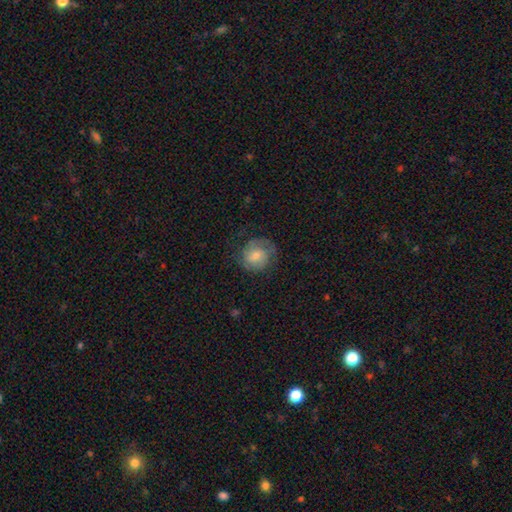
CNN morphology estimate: The model was most divided on "smooth or featured": featured or disk: 47%, smooth: 45%, star or artifact: 8%. More confident: merging — none (69%).